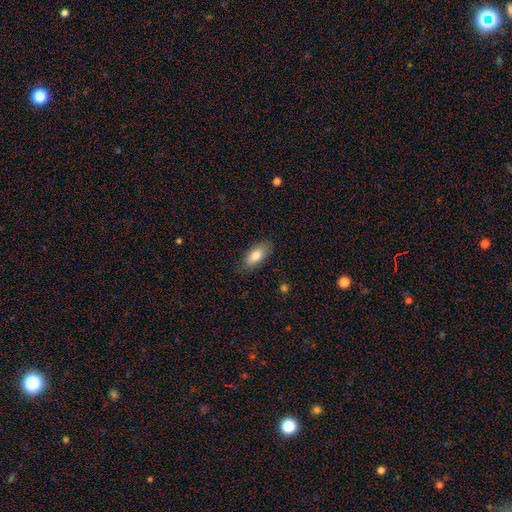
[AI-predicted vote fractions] Smooth or featured?
  - smooth: 82% *
  - featured or disk: 12%
  - star or artifact: 7%
How rounded?
  - in between: 89% *
  - cigar-shaped: 9%
  - round: 3%
Merging?
  - none: 82% *
  - minor disturbance: 14%
  - major disturbance: 3%
  - merger: 1%